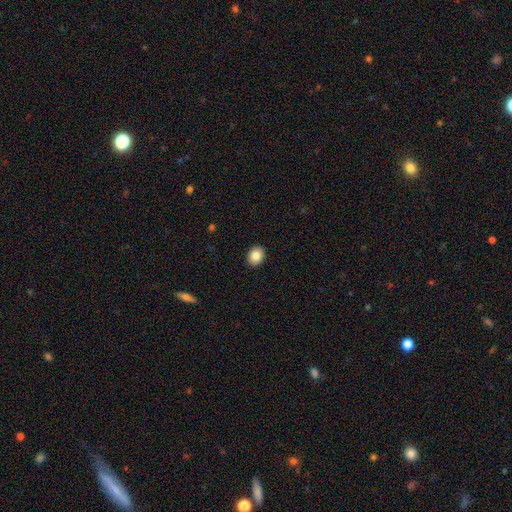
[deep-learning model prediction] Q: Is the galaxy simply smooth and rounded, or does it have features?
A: smooth — 85%.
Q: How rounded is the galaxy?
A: round — 56%.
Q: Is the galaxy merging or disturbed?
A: none — 92%.